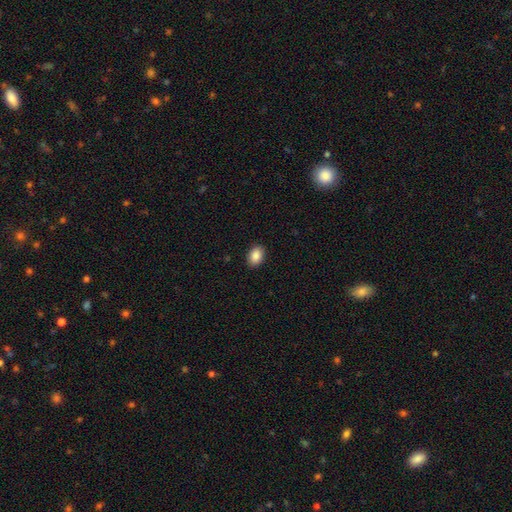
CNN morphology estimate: A smooth galaxy with no disk features (88%) that is in between round and cigar-shaped (81%).

Vote fractions:
- Smooth or featured? smooth: 88% / star or artifact: 8% / featured or disk: 4%
- How rounded? in between: 81% / round: 18% / cigar-shaped: 1%
- Merging? none: 90% / minor disturbance: 7% / major disturbance: 2% / merger: 1%